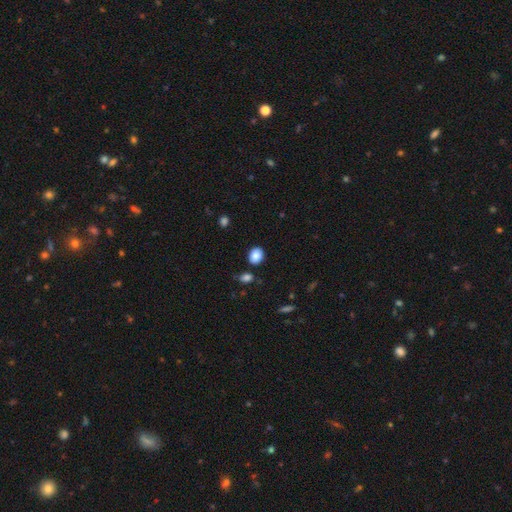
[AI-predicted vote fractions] smooth 87%, star or artifact 8%, featured or disk 5%. Down the decision tree: how rounded — in between (51%); merging — none (83%).